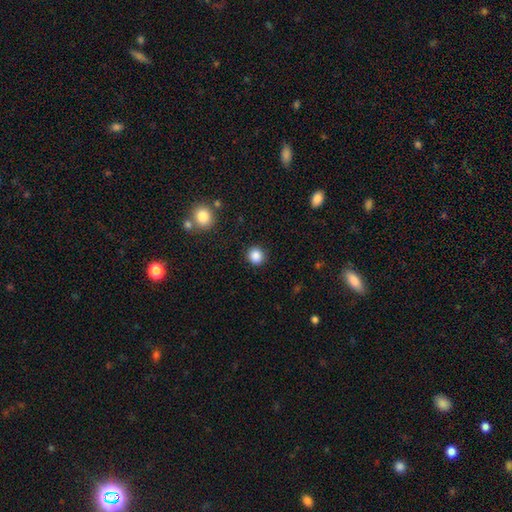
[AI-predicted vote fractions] smooth 87%, star or artifact 10%, featured or disk 3%. Down the decision tree: how rounded — round (89%); merging — none (91%).